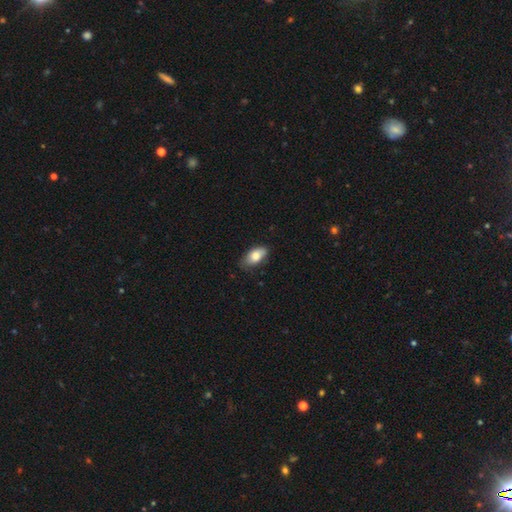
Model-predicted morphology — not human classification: smooth 80%, featured or disk 13%, star or artifact 7%. Down the decision tree: how rounded — in between (91%); merging — none (71%).